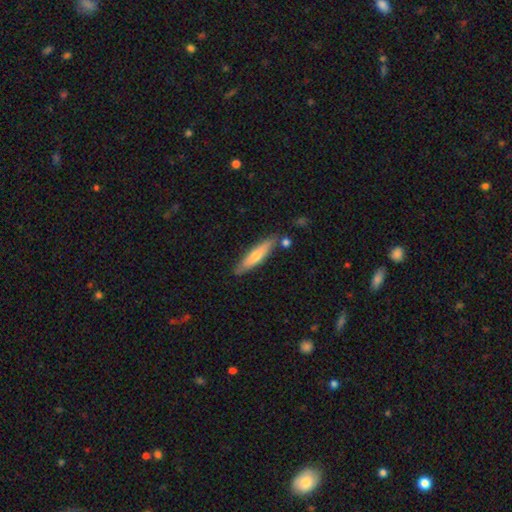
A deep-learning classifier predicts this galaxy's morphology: smooth-or-featured: smooth: 57% | featured or disk: 37% | star or artifact: 6%
  how-rounded: cigar-shaped: 84% | in between: 15% | round: 1%
  merging: none: 84% | minor disturbance: 11% | merger: 4% | major disturbance: 2%